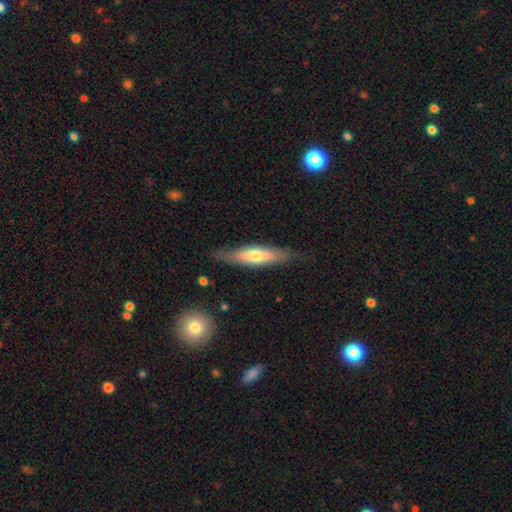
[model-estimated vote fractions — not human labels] A smooth galaxy with no disk features (51%) that is cigar-shaped (73%). Merging: none (81%).